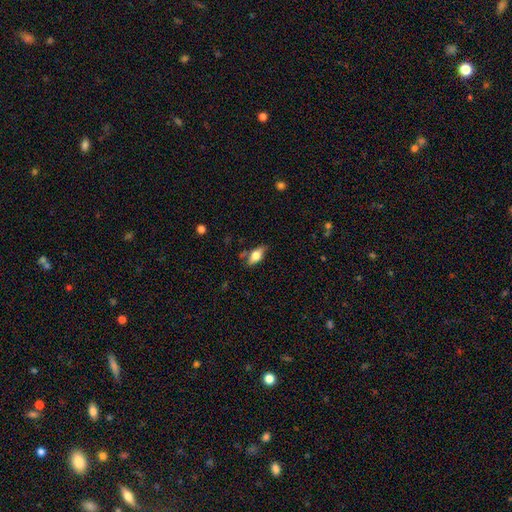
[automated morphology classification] Smooth or featured?
  - smooth: 63% *
  - featured or disk: 29%
  - star or artifact: 8%
How rounded?
  - in between: 82% *
  - cigar-shaped: 13%
  - round: 5%
Merging?
  - none: 68% *
  - minor disturbance: 22%
  - major disturbance: 5%
  - merger: 4%